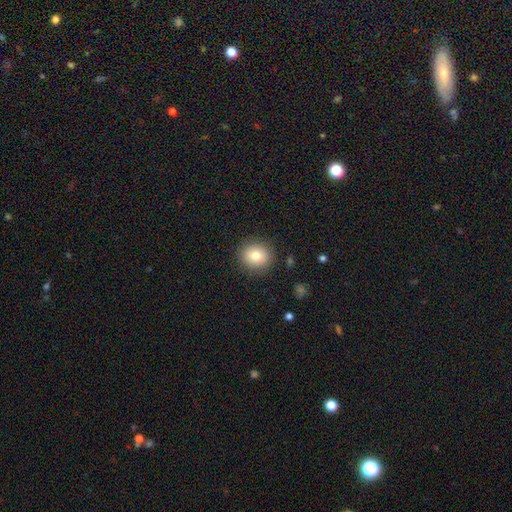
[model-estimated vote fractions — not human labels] Morphology: type=smooth (80%); roundness=round (82%); merging=none (89%).